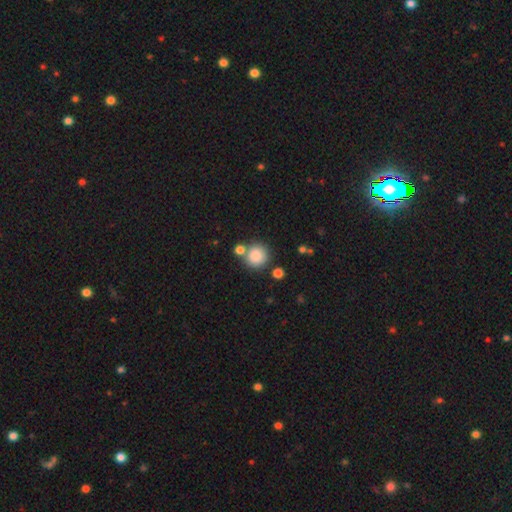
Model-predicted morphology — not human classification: This is clearly a smooth galaxy (86%). How rounded: clearly round (91%). Merging: likely none (70%).